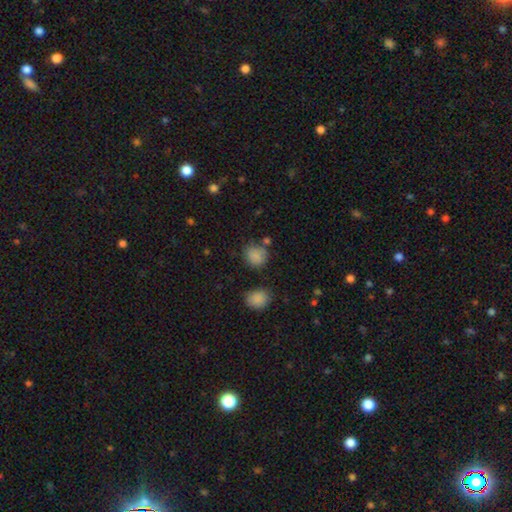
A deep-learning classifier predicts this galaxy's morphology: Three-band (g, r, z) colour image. It shows a smooth galaxy with no disk features (84%) that is round (78%). Merging: none (69%).